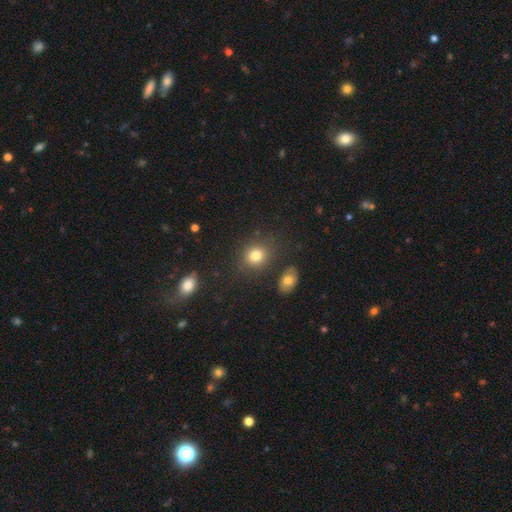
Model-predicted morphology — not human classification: Smooth or featured? Predicted: smooth (p=0.80). How rounded? Predicted: round (p=0.73). Merging? Predicted: none (p=0.80).